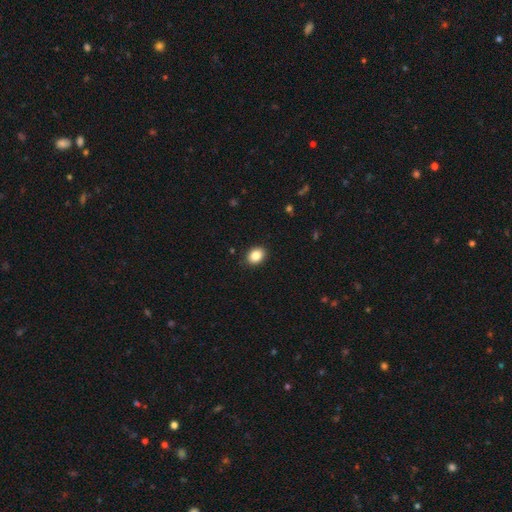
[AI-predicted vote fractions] Overall: smooth (86%). How rounded: in between (61%; round 38%). Merging: none (89%).